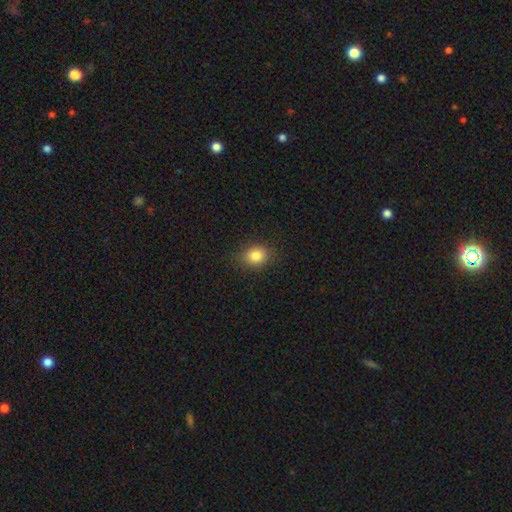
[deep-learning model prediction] Smooth or featured: smooth — 83% (star or artifact — 11%)
How rounded: round — 54% (in between — 45%)
Merging: none — 87% (minor disturbance — 10%)